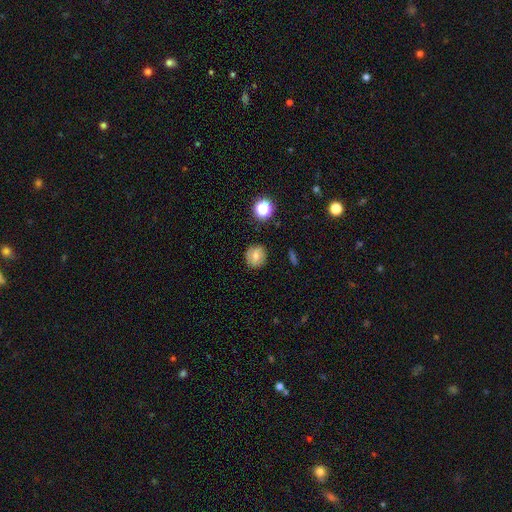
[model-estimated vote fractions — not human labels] Smooth or featured?
  - smooth: 65% *
  - featured or disk: 22%
  - star or artifact: 13%
How rounded?
  - round: 84% *
  - in between: 15%
  - cigar-shaped: 1%
Merging?
  - none: 83% *
  - minor disturbance: 12%
  - major disturbance: 3%
  - merger: 2%